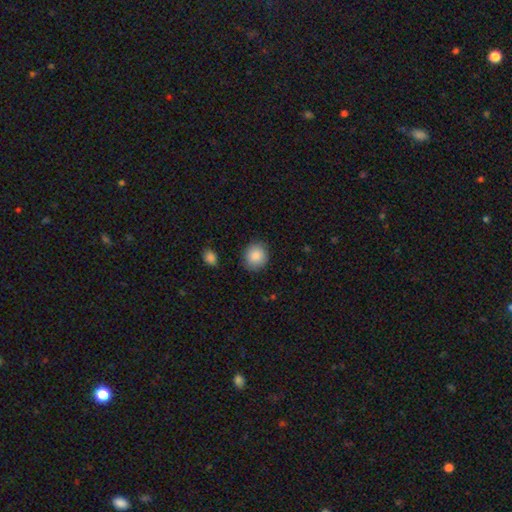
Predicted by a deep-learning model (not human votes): Smooth or featured?
  - smooth: 88% *
  - star or artifact: 8%
  - featured or disk: 5%
How rounded?
  - round: 82% *
  - in between: 17%
  - cigar-shaped: 1%
Merging?
  - none: 86% *
  - minor disturbance: 10%
  - major disturbance: 3%
  - merger: 2%